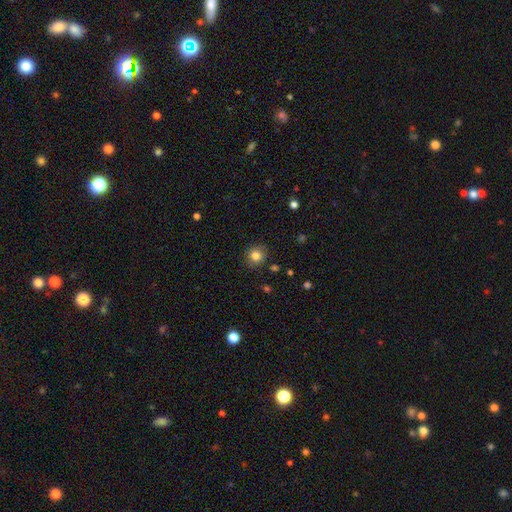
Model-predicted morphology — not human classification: Q: Smooth or featured?
A: smooth (83%); runner-up: star or artifact (11%)
Q: How rounded?
A: round (87%); runner-up: in between (12%)
Q: Merging?
A: none (88%); runner-up: minor disturbance (9%)